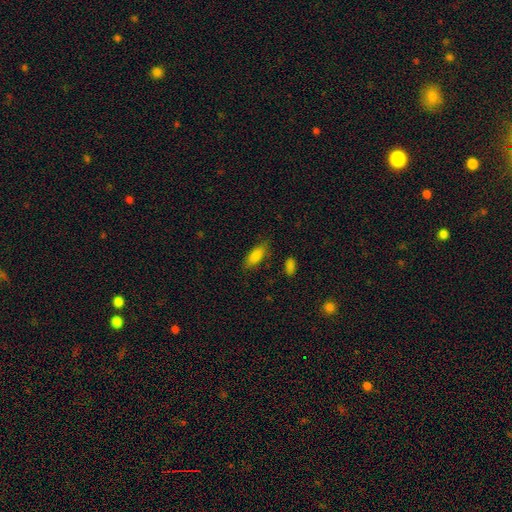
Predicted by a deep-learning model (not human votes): Smooth or featured?
  - smooth: 83% *
  - featured or disk: 9%
  - star or artifact: 8%
How rounded?
  - in between: 79% *
  - cigar-shaped: 19%
  - round: 2%
Merging?
  - none: 79% *
  - minor disturbance: 15%
  - major disturbance: 4%
  - merger: 2%